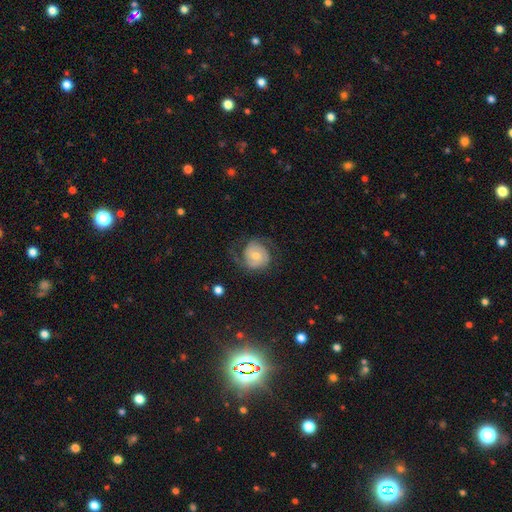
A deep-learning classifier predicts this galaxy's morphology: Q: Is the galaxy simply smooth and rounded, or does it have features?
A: featured or disk — 71%.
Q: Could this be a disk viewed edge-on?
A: no — 98%.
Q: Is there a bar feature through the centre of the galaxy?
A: no — 68%.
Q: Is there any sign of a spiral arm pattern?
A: yes — 91%.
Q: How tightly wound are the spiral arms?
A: medium — 41%.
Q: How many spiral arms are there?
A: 2 — 77%.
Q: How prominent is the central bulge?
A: moderate — 51%.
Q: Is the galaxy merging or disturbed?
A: none — 63%.